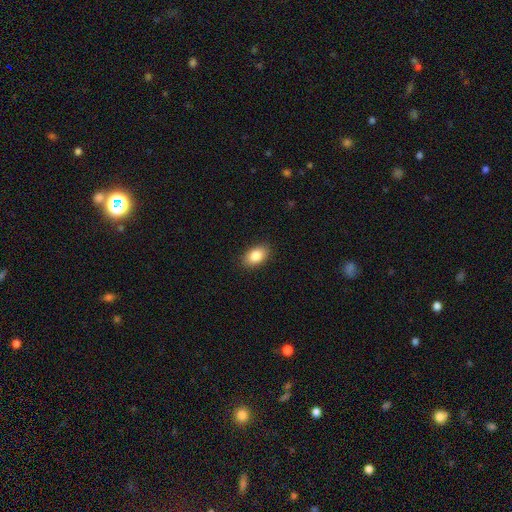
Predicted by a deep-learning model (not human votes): Smooth or featured?
  - smooth: 85% *
  - star or artifact: 8%
  - featured or disk: 8%
How rounded?
  - in between: 89% *
  - round: 9%
  - cigar-shaped: 2%
Merging?
  - none: 89% *
  - minor disturbance: 8%
  - major disturbance: 2%
  - merger: 1%